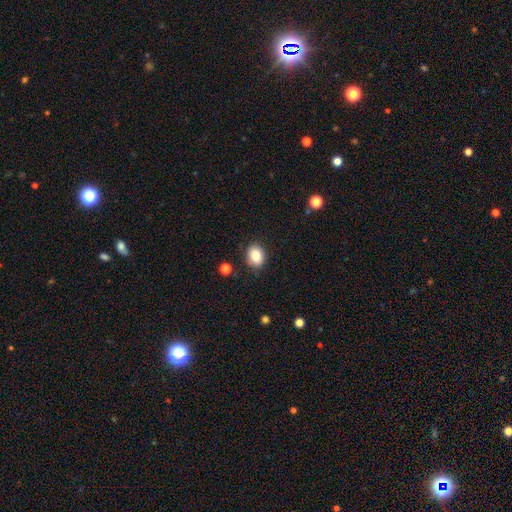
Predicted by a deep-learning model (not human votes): Smooth or featured? smooth (82%)
How rounded? in between (52%)
Merging? none (85%)